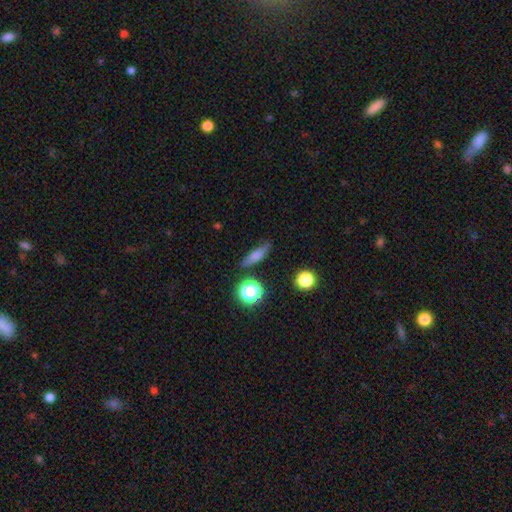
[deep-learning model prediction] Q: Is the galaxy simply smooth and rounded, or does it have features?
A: smooth — 70%.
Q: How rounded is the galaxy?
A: cigar-shaped — 59%.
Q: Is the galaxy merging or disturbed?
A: none — 79%.